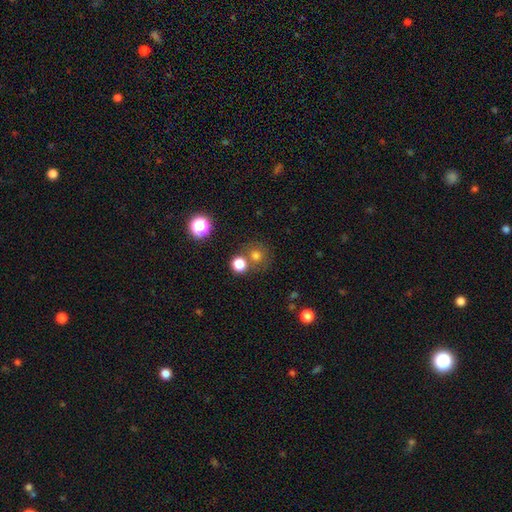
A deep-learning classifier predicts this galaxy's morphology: Smooth or featured? Predicted: smooth (p=0.73). How rounded? Predicted: round (p=0.90). Merging? Predicted: none (p=0.65).